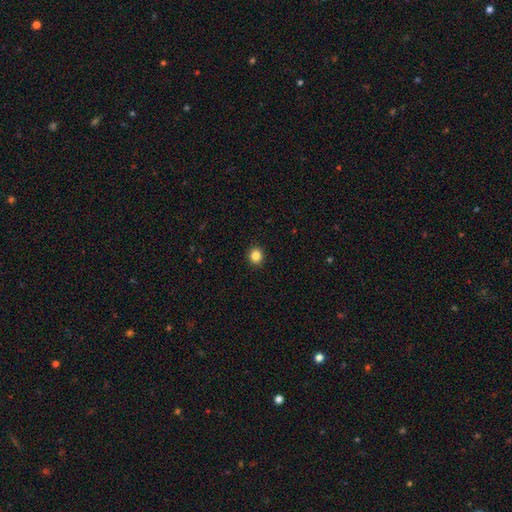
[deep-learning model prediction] This is clearly a smooth galaxy (85%). How rounded: clearly round (89%). Merging: clearly none (93%).